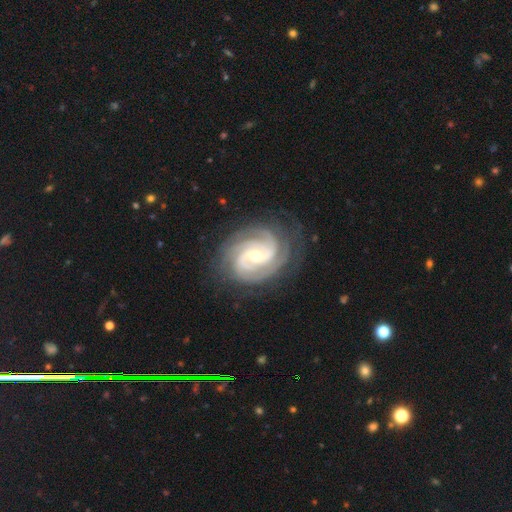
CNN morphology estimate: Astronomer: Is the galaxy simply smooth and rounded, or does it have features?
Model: featured or disk — 93%.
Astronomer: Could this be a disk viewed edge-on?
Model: no — 98%.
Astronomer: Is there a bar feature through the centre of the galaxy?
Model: weak — 43% (runner-up: no, 36%).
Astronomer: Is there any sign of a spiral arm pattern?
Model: yes — 99%.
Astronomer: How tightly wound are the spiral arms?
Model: tight — 66%.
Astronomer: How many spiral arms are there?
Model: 3 — 35% (runner-up: 2, 26%).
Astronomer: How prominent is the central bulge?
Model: small — 50% (runner-up: moderate, 46%).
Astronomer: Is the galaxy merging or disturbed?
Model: none — 78%.